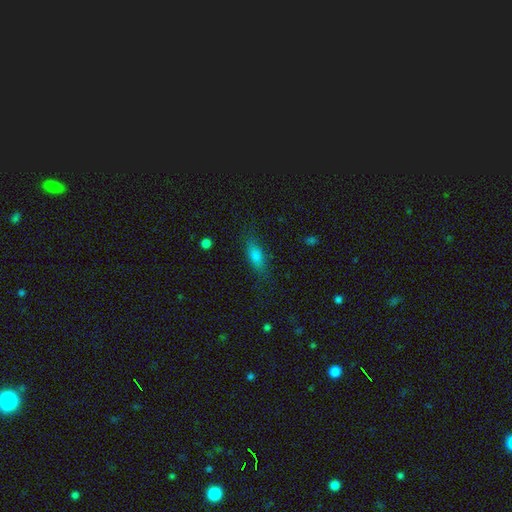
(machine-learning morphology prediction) Overall: smooth (70%). How rounded: in between (62%; cigar-shaped 34%). Merging: none (79%).